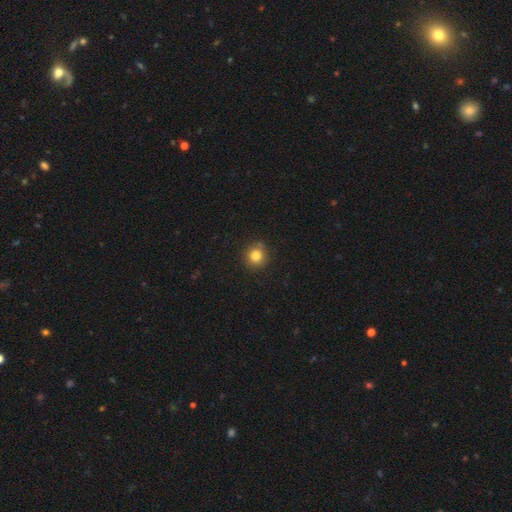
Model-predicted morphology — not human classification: Overall: smooth (82%). How rounded: round (93%). Merging: none (85%).